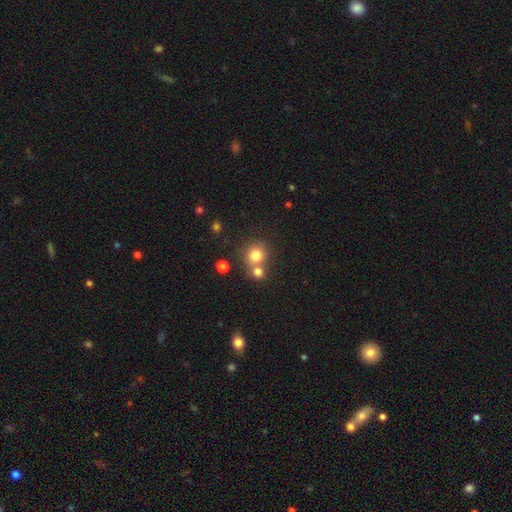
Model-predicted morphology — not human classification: This is likely a smooth galaxy (78%). How rounded: clearly round (87%). Merging: possibly none (53%).